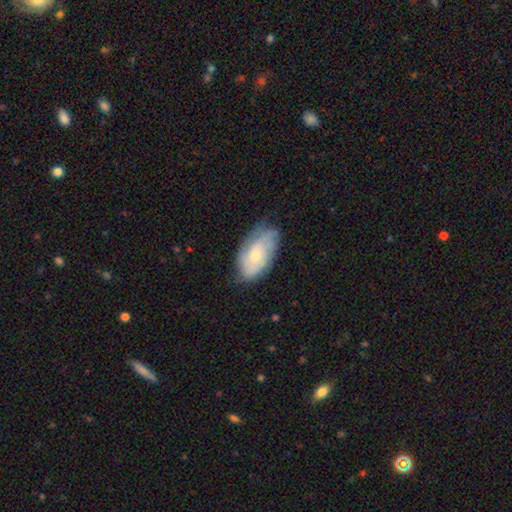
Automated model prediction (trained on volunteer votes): Smooth or featured? featured or disk (55%)
Edge-on disk? no (94%)
Bar? no (76%)
Spiral arms? yes (81%)
Bulge size? small (51%)
Merging? none (62%)